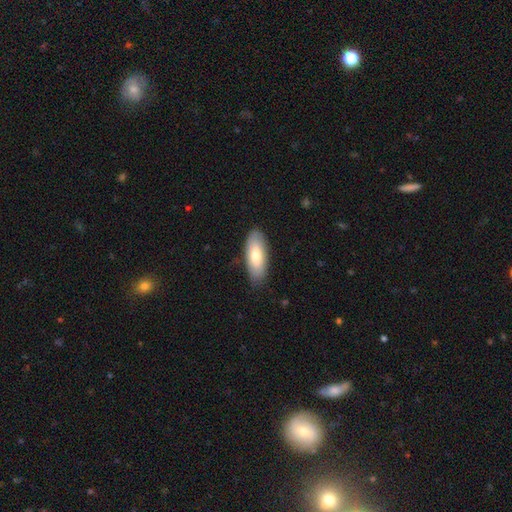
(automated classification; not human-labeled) Q: Smooth or featured?
A: smooth (75%); runner-up: featured or disk (20%)
Q: How rounded?
A: in between (79%); runner-up: cigar-shaped (19%)
Q: Merging?
A: none (85%); runner-up: minor disturbance (12%)